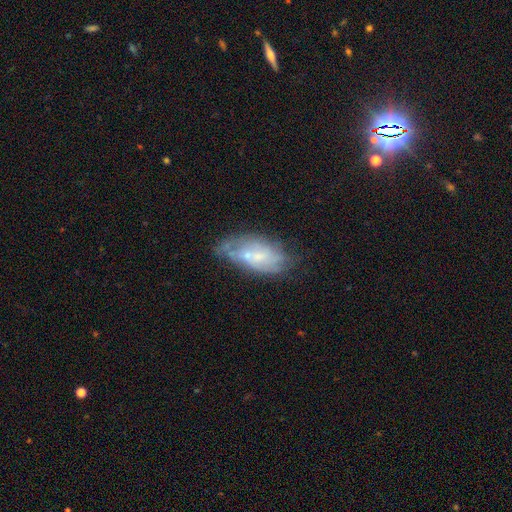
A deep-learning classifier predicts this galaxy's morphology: Overall: featured or disk (60%; smooth 31%). Edge-on disk: no (90%). Bar: no (56%; weak 36%). Spiral arms: yes (63%; no 37%). Bulge size: small (60%; moderate 25%). Merging: none (50%; minor disturbance 30%).